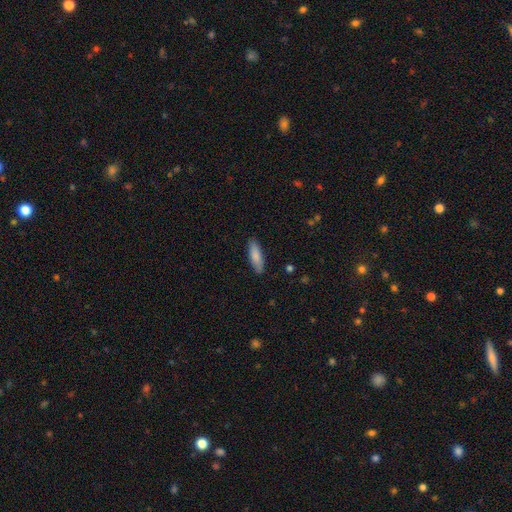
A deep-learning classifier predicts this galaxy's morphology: smooth-or-featured: smooth: 85% | featured or disk: 10% | star or artifact: 6%
  how-rounded: cigar-shaped: 52% | in between: 47% | round: 1%
  merging: none: 86% | minor disturbance: 11% | major disturbance: 2% | merger: 1%